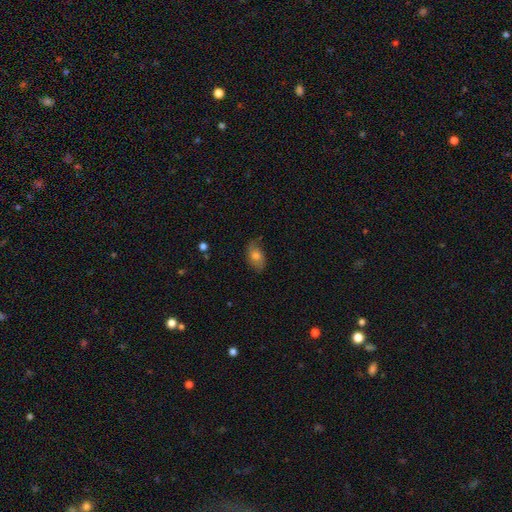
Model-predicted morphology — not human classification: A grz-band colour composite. It shows a smooth galaxy with no disk features (63%) that is in between round and cigar-shaped (87%). Merging: none (72%).